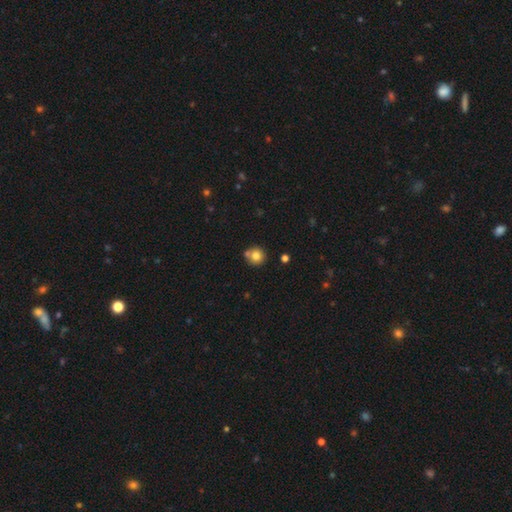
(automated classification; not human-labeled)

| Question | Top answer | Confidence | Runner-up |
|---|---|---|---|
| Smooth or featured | smooth | 80% | star or artifact (11%) |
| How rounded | round | 92% | in between (7%) |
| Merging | none | 66% | merger (21%) |